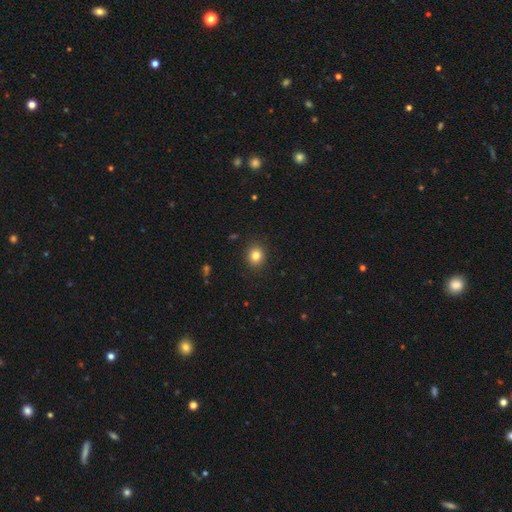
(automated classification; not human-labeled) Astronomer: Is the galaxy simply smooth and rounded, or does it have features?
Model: smooth — 82%.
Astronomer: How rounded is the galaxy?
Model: round — 78%.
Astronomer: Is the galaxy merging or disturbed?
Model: none — 91%.